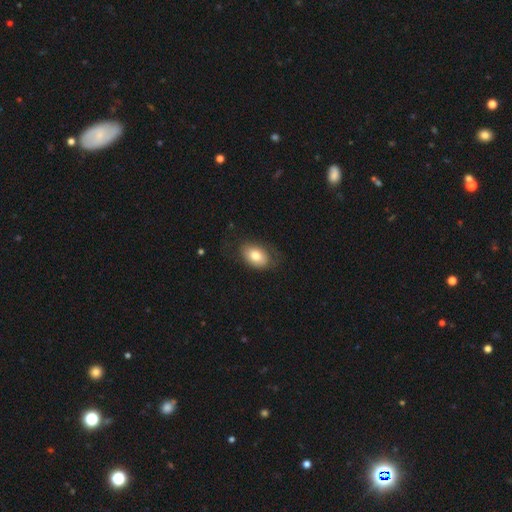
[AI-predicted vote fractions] Smooth or featured? smooth (76%)
How rounded? in between (85%)
Merging? none (69%)